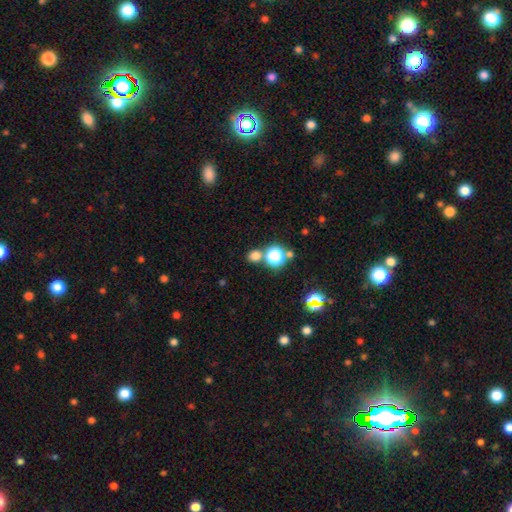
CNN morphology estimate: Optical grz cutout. It shows a smooth galaxy with no disk features (71%) that is round (78%). Merging: none (70%).